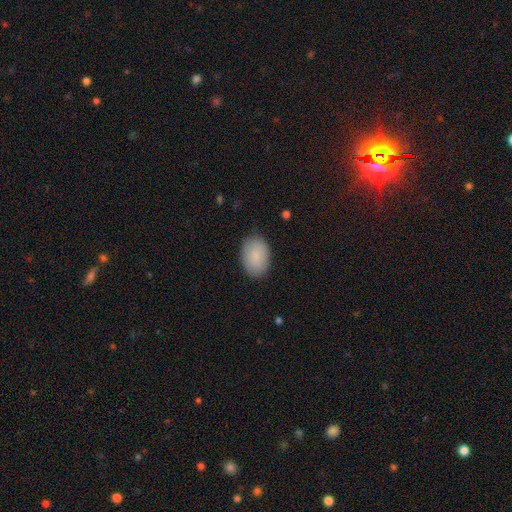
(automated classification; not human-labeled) Smooth or featured? smooth (87%)
How rounded? in between (85%)
Merging? none (86%)